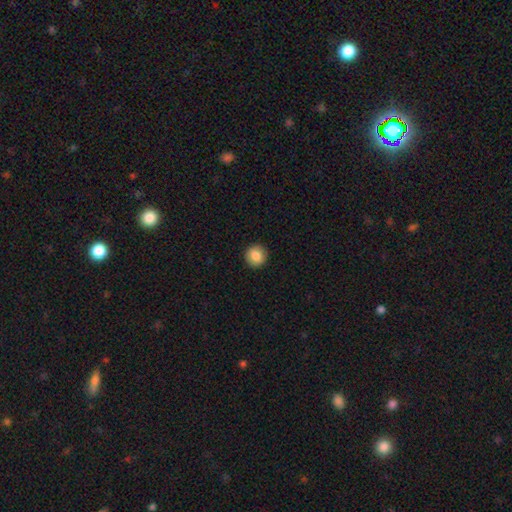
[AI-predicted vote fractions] Smooth or featured: smooth — 87% (star or artifact — 8%)
How rounded: round — 94% (in between — 5%)
Merging: none — 92% (minor disturbance — 6%)